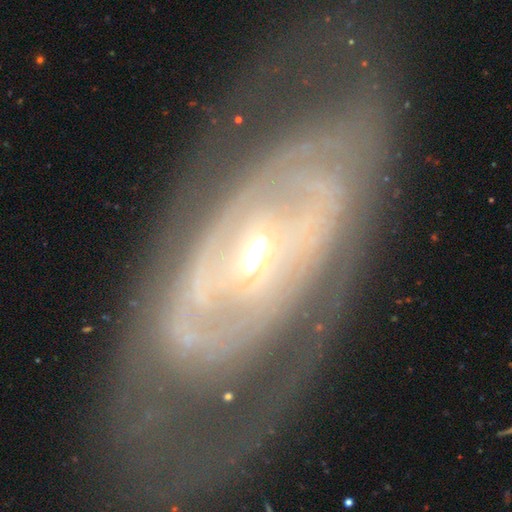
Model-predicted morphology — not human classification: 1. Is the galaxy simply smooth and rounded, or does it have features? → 82% featured or disk, 12% smooth, 6% star or artifact.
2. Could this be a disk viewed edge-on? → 89% no, 11% yes.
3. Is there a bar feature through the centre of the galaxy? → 52% no, 26% weak, 21% strong.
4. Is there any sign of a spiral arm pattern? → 62% yes, 38% no.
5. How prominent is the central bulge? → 56% small, 38% moderate, 4% large, 1% dominant, 1% none.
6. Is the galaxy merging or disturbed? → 77% none, 12% minor disturbance, 9% major disturbance, 1% merger.